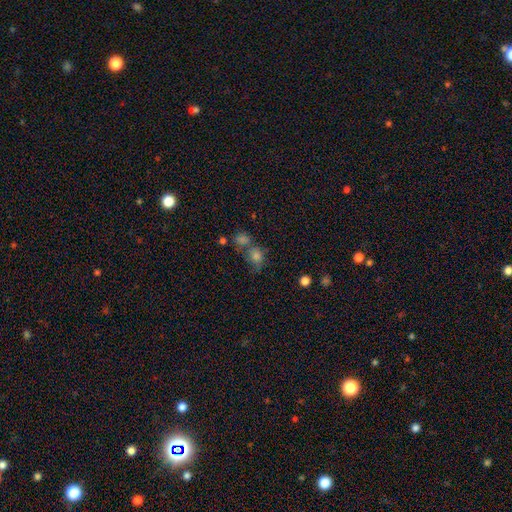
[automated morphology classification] Smooth or featured: smooth — 63% (star or artifact — 22%)
How rounded: round — 65% (in between — 33%)
Merging: none — 41% (merger — 36%)